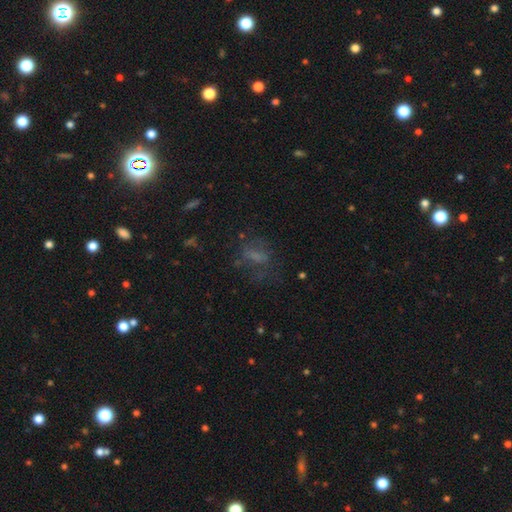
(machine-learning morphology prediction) Smooth or featured? Predicted: smooth (p=0.47). Merging? Predicted: none (p=0.51).